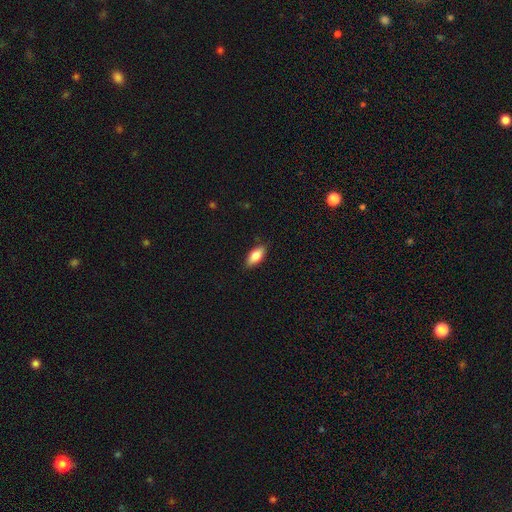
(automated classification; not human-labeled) Q: Smooth or featured?
A: smooth (83%); runner-up: featured or disk (11%)
Q: How rounded?
A: in between (86%); runner-up: cigar-shaped (11%)
Q: Merging?
A: none (85%); runner-up: minor disturbance (11%)